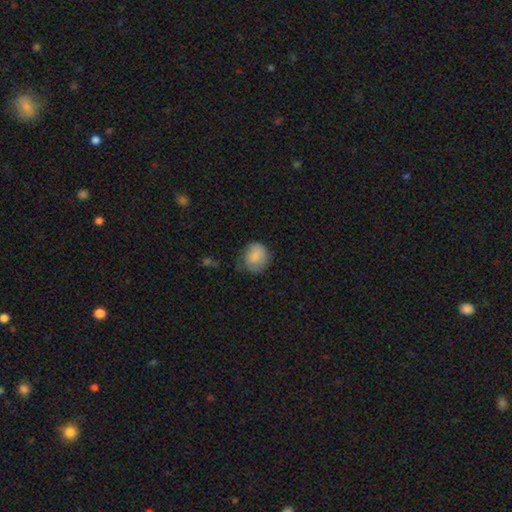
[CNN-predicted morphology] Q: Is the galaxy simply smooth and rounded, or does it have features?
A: smooth — 80%.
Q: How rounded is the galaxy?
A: round — 76%.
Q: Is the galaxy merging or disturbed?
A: none — 59%.